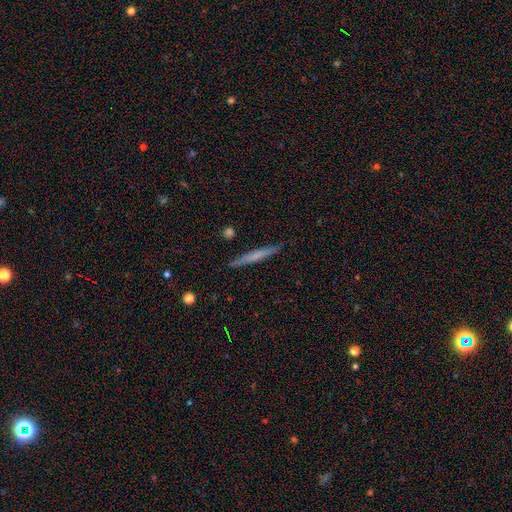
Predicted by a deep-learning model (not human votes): smooth_or_featured: smooth (p=0.56) [alt: featured or disk p=0.38]
how_rounded: cigar-shaped (p=0.96) [alt: in between p=0.03]
merging: none (p=0.90) [alt: minor disturbance p=0.08]